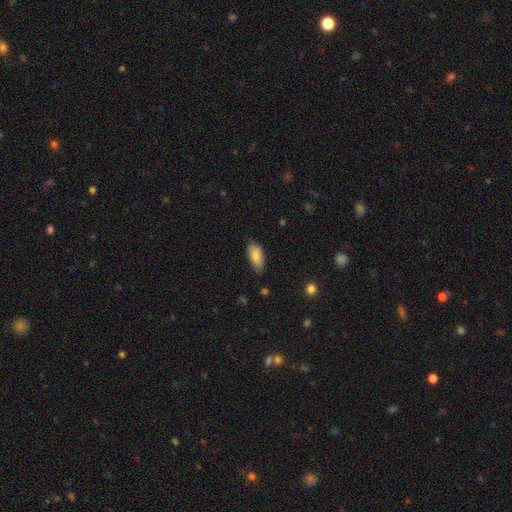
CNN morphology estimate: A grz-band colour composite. It shows a smooth galaxy with no disk features (80%) that is in between round and cigar-shaped (87%). Merging: none (69%).